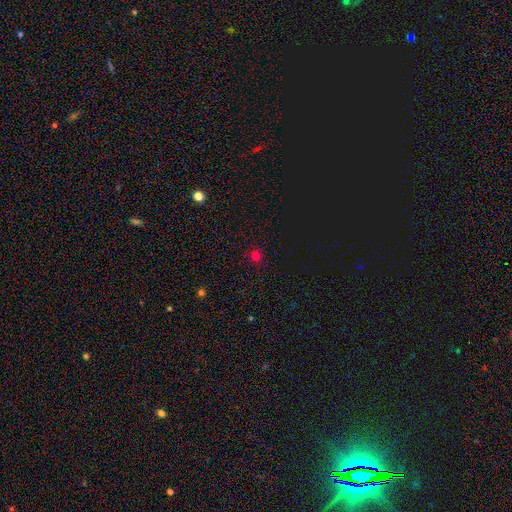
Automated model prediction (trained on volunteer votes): This appears to be a smooth galaxy with no disk features (71%) that is round (91%). Merging: none (90%).